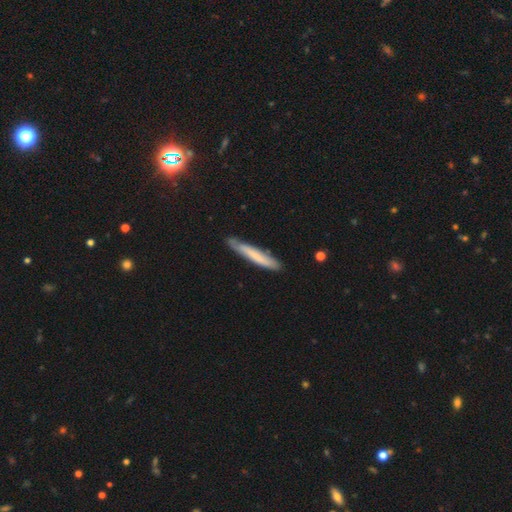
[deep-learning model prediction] A smooth galaxy with no disk features (63%) that is cigar-shaped (94%).

Vote fractions:
- Smooth or featured? smooth: 63% / featured or disk: 31% / star or artifact: 6%
- How rounded? cigar-shaped: 94% / in between: 5% / round: 1%
- Merging? none: 78% / minor disturbance: 17% / major disturbance: 3% / merger: 2%